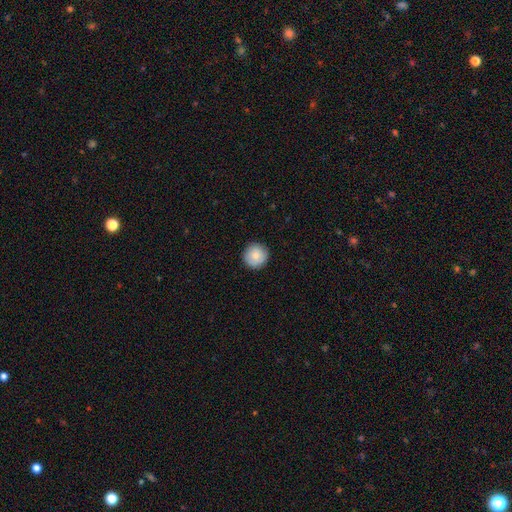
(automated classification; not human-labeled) smooth 84%, featured or disk 9%, star or artifact 7%. Down the decision tree: how rounded — round (96%); merging — none (90%).